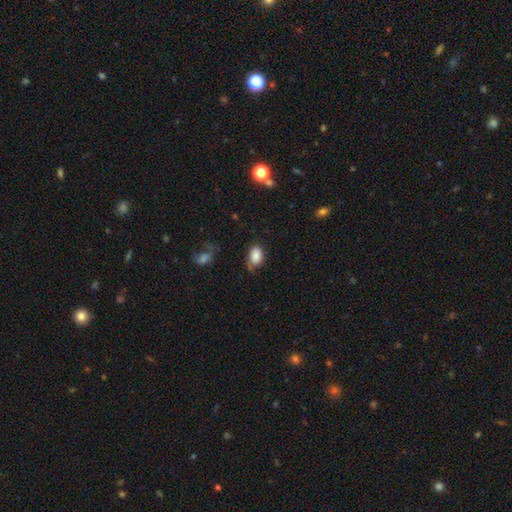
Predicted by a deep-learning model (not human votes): Morphology: type=smooth (83%); roundness=in between (86%); merging=none (52%).